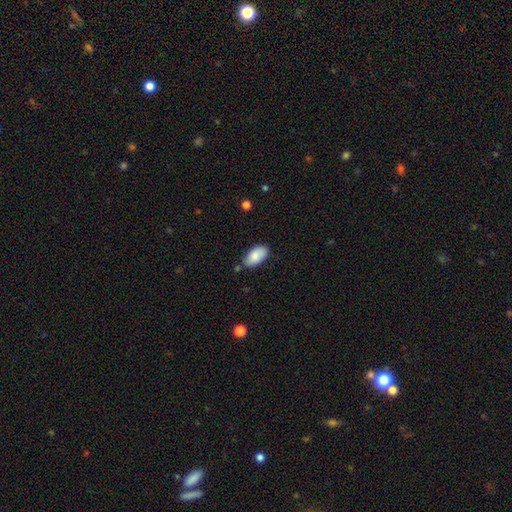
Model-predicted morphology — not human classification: Smooth or featured? Predicted: smooth (p=0.86). How rounded? Predicted: in between (p=0.95). Merging? Predicted: none (p=0.78).